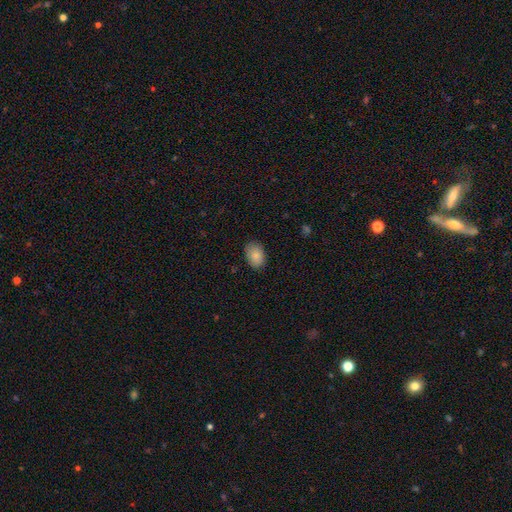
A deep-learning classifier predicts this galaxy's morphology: This appears to be a smooth galaxy with no disk features (87%) that is in between round and cigar-shaped (83%). Merging: none (84%).